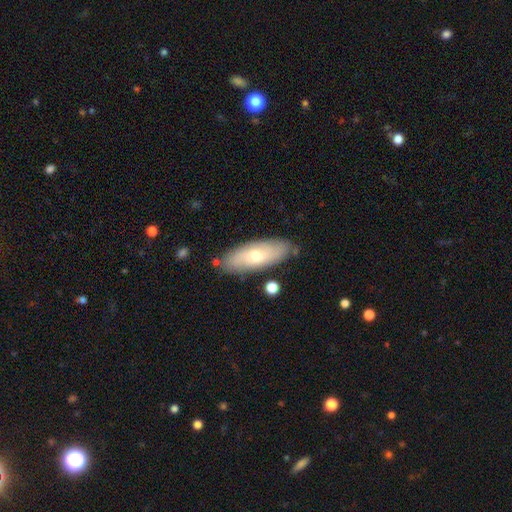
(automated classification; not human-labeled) smooth_or_featured: smooth (p=0.55) [alt: featured or disk p=0.38]
how_rounded: in between (p=0.73) [alt: cigar-shaped p=0.25]
merging: none (p=0.81) [alt: minor disturbance p=0.13]